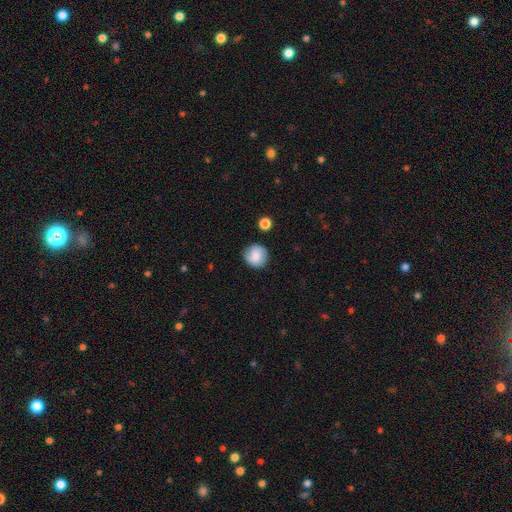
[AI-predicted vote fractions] Overall: smooth (71%). How rounded: round (90%). Merging: none (81%).